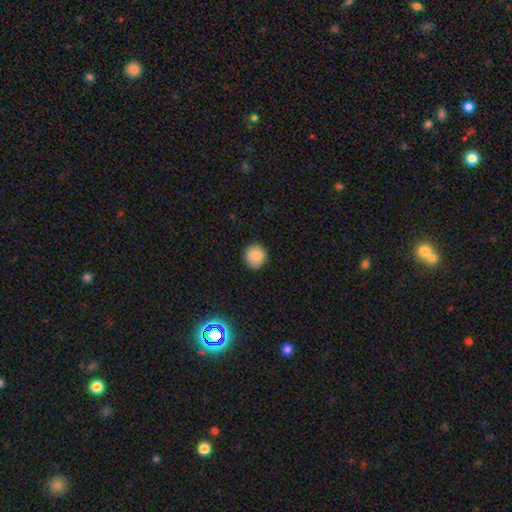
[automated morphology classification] smooth-or-featured: smooth: 87% | star or artifact: 9% | featured or disk: 4%
  how-rounded: round: 87% | in between: 12% | cigar-shaped: 1%
  merging: none: 87% | minor disturbance: 10% | major disturbance: 2% | merger: 1%